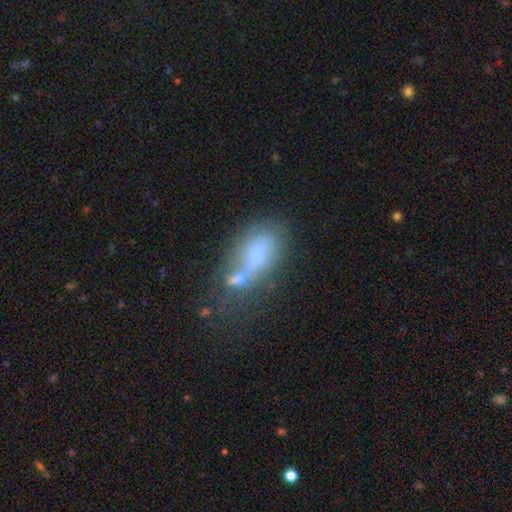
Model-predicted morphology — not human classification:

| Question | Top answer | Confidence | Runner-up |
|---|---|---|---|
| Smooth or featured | smooth | 59% | featured or disk (29%) |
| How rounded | in between | 84% | cigar-shaped (10%) |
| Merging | merger | 40% | none (23%) |